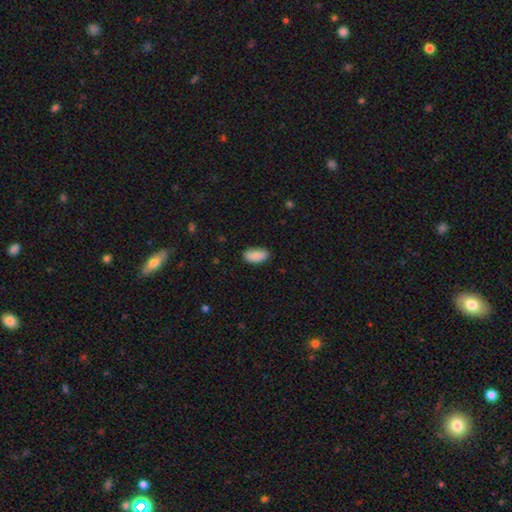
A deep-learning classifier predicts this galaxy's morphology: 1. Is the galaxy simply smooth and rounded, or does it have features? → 89% smooth, 7% star or artifact, 4% featured or disk.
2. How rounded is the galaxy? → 93% in between, 5% cigar-shaped, 3% round.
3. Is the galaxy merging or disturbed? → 83% none, 14% minor disturbance, 3% major disturbance, 1% merger.